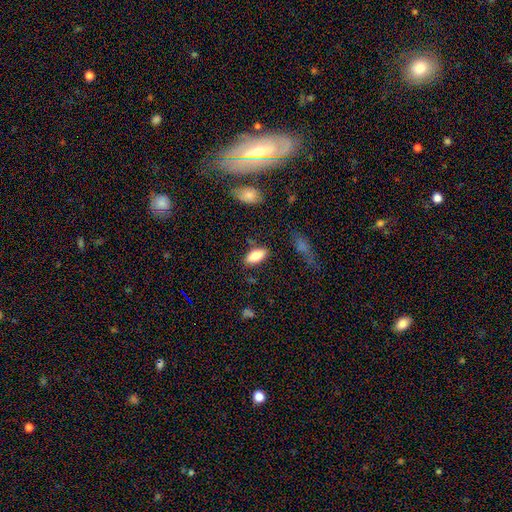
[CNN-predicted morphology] Smooth or featured?
  - smooth: 82% *
  - featured or disk: 11%
  - star or artifact: 7%
How rounded?
  - in between: 88% *
  - cigar-shaped: 9%
  - round: 3%
Merging?
  - none: 84% *
  - minor disturbance: 11%
  - major disturbance: 3%
  - merger: 2%